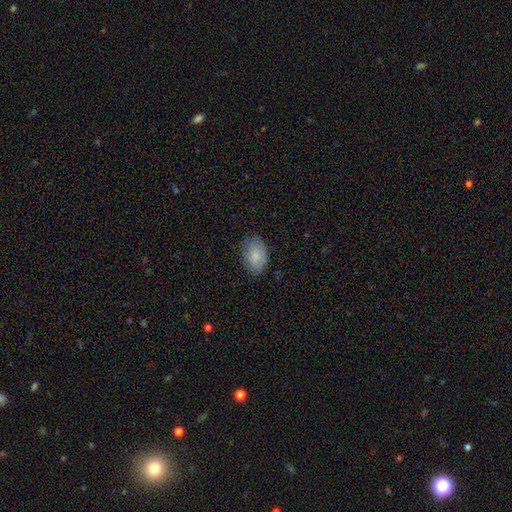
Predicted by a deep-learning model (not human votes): A smooth galaxy with no disk features (85%) that is in between round and cigar-shaped (88%).

Vote fractions:
- Smooth or featured? smooth: 85% / featured or disk: 9% / star or artifact: 6%
- How rounded? in between: 88% / round: 11% / cigar-shaped: 1%
- Merging? none: 79% / minor disturbance: 17% / major disturbance: 4% / merger: 1%